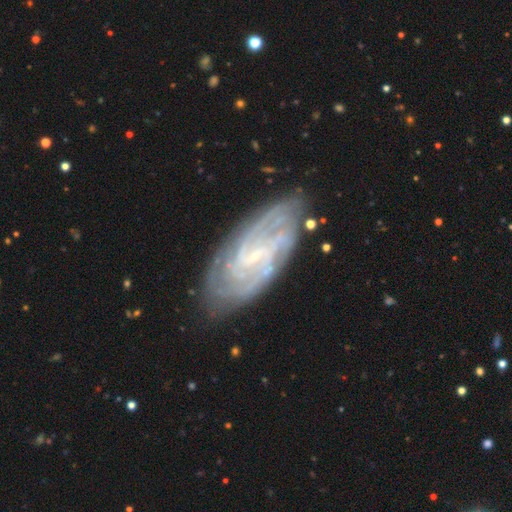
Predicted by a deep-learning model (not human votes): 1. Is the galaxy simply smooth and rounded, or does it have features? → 85% featured or disk, 8% smooth, 7% star or artifact.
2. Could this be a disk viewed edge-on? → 94% no, 6% yes.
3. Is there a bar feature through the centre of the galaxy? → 49% weak, 26% no, 25% strong.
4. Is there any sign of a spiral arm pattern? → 96% yes, 4% no.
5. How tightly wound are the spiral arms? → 62% tight, 30% medium, 7% loose.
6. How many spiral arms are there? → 34% can't tell, 19% 2, 18% 4, 15% 3, 8% more than 4, 7% 1.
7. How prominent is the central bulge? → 75% small, 12% none, 11% moderate, 1% large, 1% dominant.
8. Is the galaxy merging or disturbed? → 79% none, 15% minor disturbance, 4% major disturbance, 2% merger.